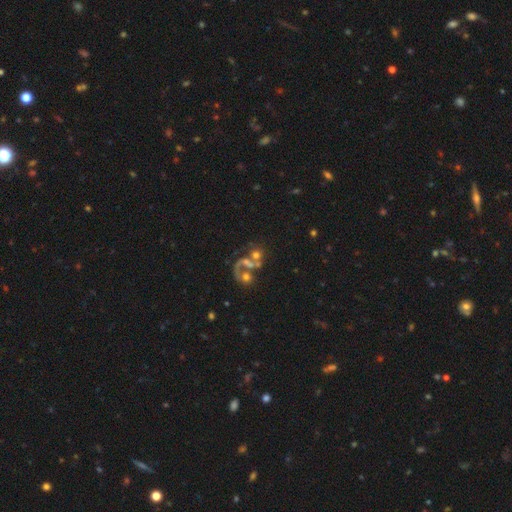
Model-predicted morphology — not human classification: Smooth or featured? featured or disk (40%)
Merging? merger (43%)